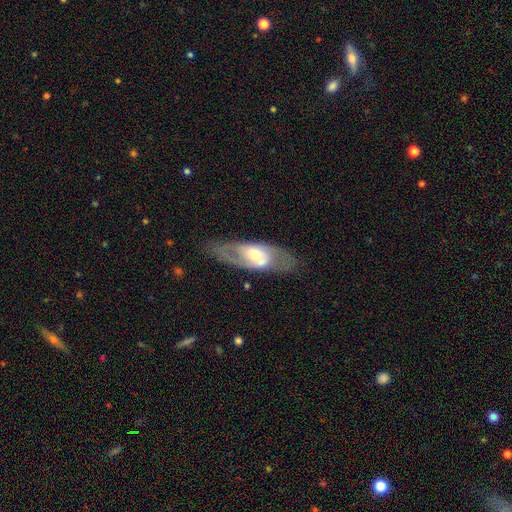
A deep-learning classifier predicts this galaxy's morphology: A featured or disk galaxy (70%) with no bar (53%), spiral arms (62%) and a moderate central bulge (53%).

Vote fractions:
- Smooth or featured? featured or disk: 70% / smooth: 24% / star or artifact: 6%
- Edge-on disk? no: 85% / yes: 15%
- Bar? no: 53% / weak: 31% / strong: 16%
- Spiral arms? yes: 62% / no: 38%
- Bulge size? moderate: 53% / small: 34% / large: 10% / dominant: 1% / none: 1%
- Merging? none: 75% / minor disturbance: 15% / major disturbance: 8% / merger: 3%